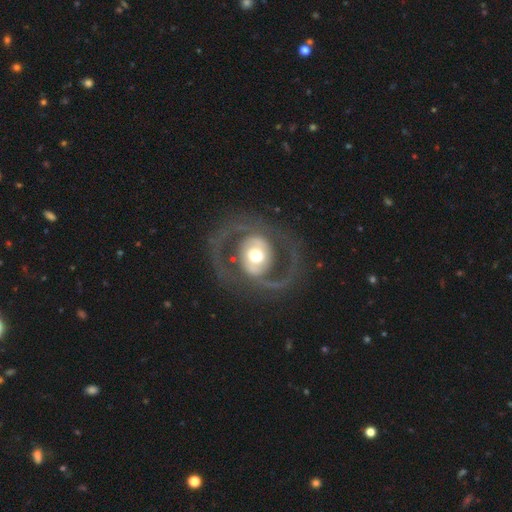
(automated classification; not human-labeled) Smooth or featured? Predicted: featured or disk (p=0.79). Edge-on disk? Predicted: no (p=0.96). Bar? Predicted: no (p=0.50). Spiral arms? Predicted: yes (p=0.67). Spiral winding? Predicted: medium (p=0.49). Spiral arm count? Predicted: 2 (p=0.87). Bulge size? Predicted: moderate (p=0.54). Merging? Predicted: none (p=0.74).